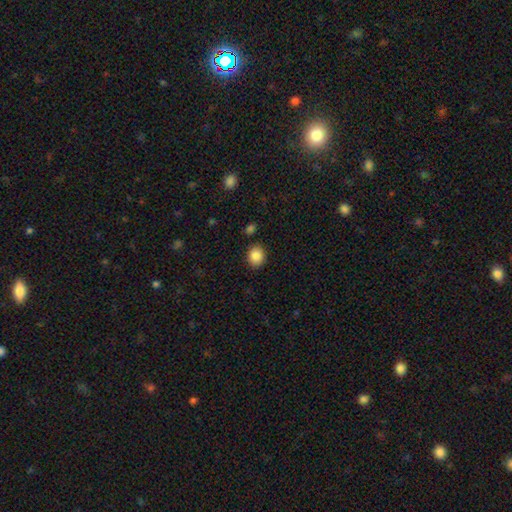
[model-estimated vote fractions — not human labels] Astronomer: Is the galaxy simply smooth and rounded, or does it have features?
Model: smooth — 88%.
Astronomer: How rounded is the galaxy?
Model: round — 64%.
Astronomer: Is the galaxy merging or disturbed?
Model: none — 86%.